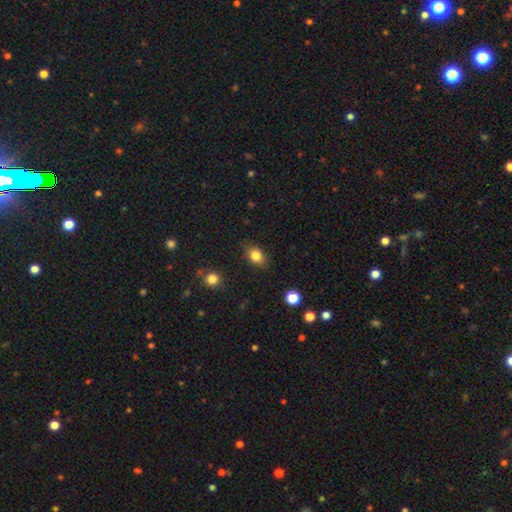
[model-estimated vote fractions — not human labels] Smooth or featured? smooth (83%)
How rounded? in between (72%)
Merging? none (84%)